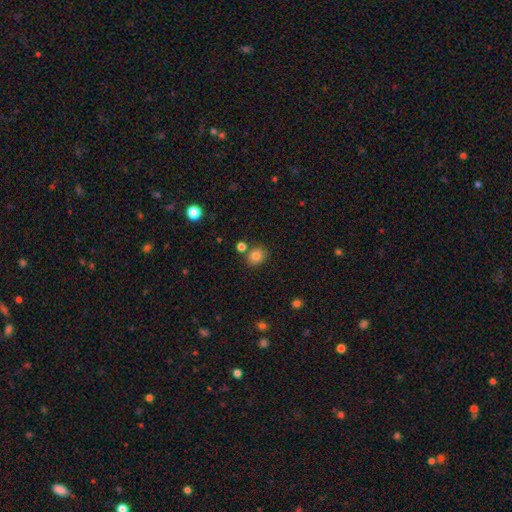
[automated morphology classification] Smooth or featured: smooth — 81% (star or artifact — 12%)
How rounded: round — 76% (in between — 23%)
Merging: none — 76% (merger — 11%)